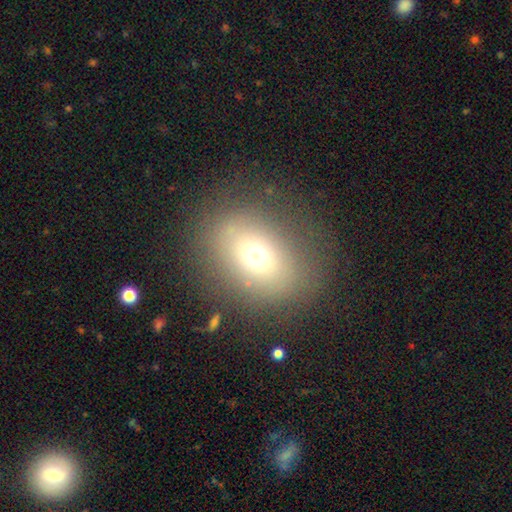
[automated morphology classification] type=smooth (67%); roundness=in between (59%); merging=none (79%).